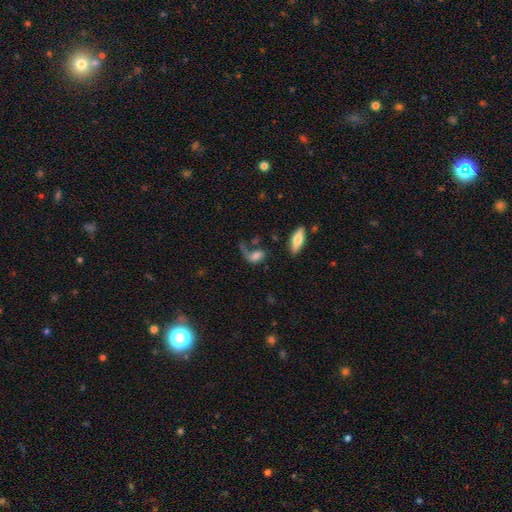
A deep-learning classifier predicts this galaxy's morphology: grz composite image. It shows a smooth galaxy with no disk features (60%) that is in between round and cigar-shaped (81%). Merging: major disturbance (38%).